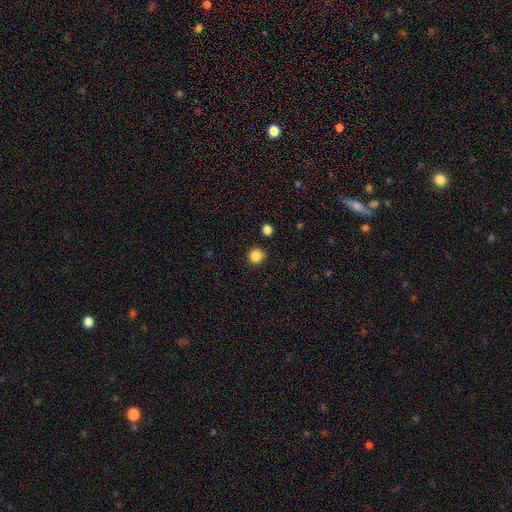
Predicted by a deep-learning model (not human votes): Morphology: type=smooth (86%); roundness=round (92%); merging=none (89%).